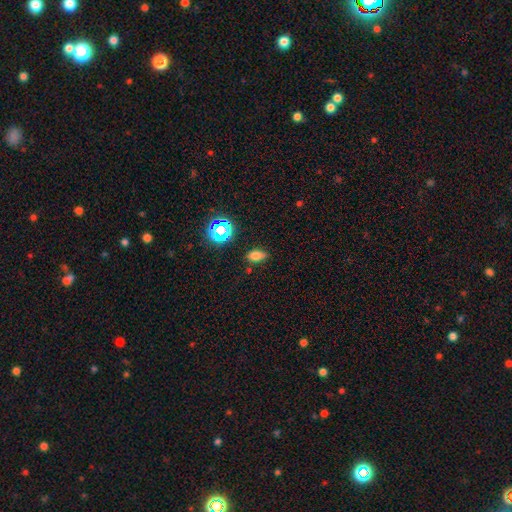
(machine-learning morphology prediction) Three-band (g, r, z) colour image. It shows a smooth galaxy with no disk features (73%) that is in between round and cigar-shaped (82%). Merging: none (76%).